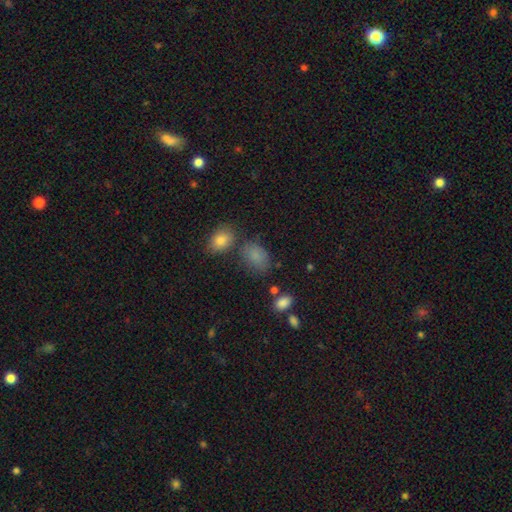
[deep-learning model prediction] Smooth or featured?
  - smooth: 82% *
  - star or artifact: 11%
  - featured or disk: 7%
How rounded?
  - in between: 79% *
  - round: 19%
  - cigar-shaped: 1%
Merging?
  - none: 59% *
  - minor disturbance: 22%
  - merger: 11%
  - major disturbance: 8%